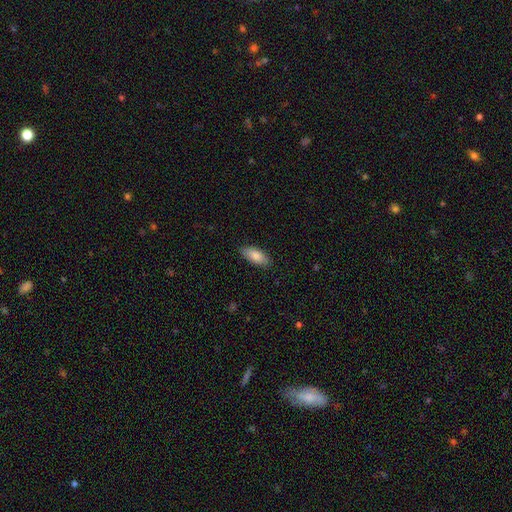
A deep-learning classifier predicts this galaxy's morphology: smooth_or_featured: smooth (p=0.85) [alt: featured or disk p=0.09]
how_rounded: in between (p=0.86) [alt: cigar-shaped p=0.12]
merging: none (p=0.85) [alt: minor disturbance p=0.12]